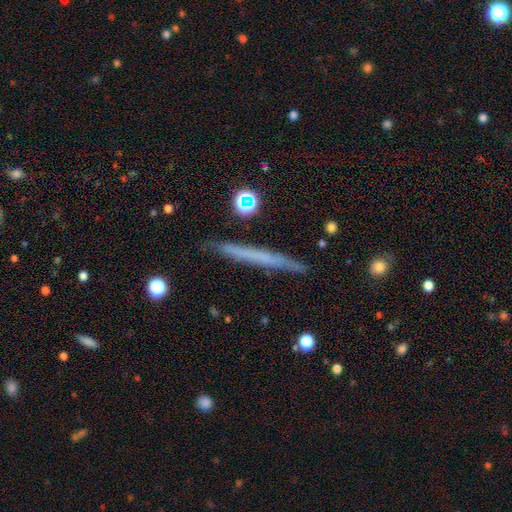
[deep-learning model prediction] A smooth galaxy with no disk features (48%).

Vote fractions:
- Smooth or featured? smooth: 48% / featured or disk: 43% / star or artifact: 9%
- Merging? none: 90% / minor disturbance: 7% / major disturbance: 2% / merger: 2%